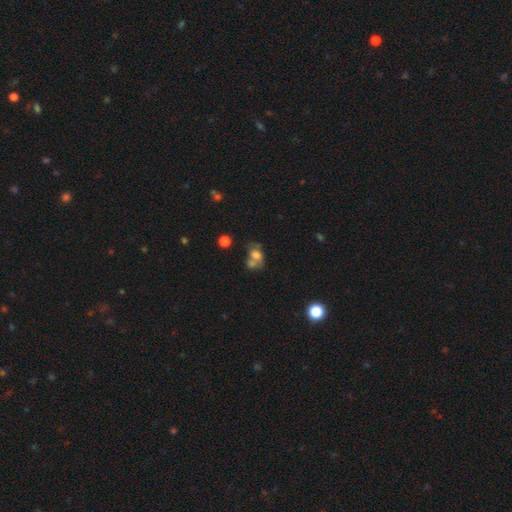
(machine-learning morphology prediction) smooth_or_featured: smooth (p=0.65) [alt: featured or disk p=0.22]
how_rounded: in between (p=0.66) [alt: round p=0.32]
merging: merger (p=0.51) [alt: none p=0.26]